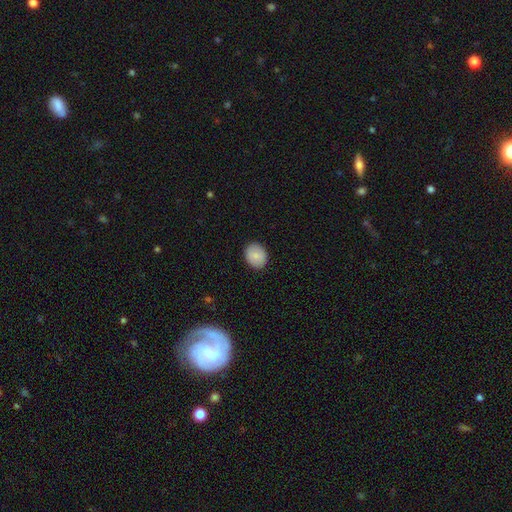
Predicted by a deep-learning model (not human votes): Smooth or featured: smooth — 81% (featured or disk — 12%)
How rounded: round — 52% (in between — 47%)
Merging: none — 89% (minor disturbance — 8%)